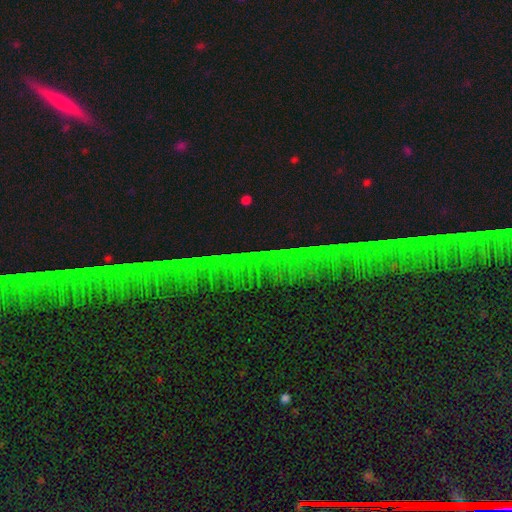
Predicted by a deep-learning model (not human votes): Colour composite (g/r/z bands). It shows a star or artifact, not a galaxy (78%).